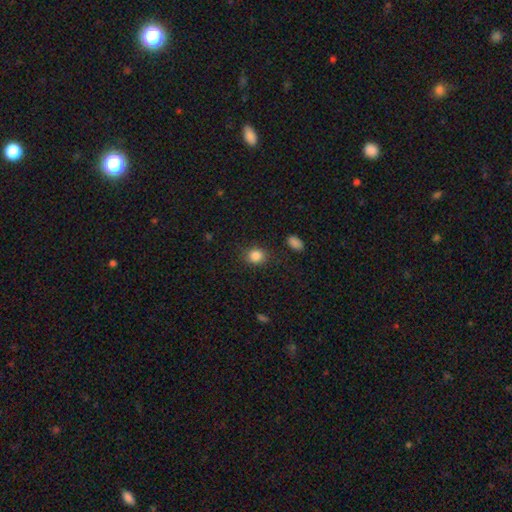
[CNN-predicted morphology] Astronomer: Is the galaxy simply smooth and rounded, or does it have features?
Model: smooth — 86%.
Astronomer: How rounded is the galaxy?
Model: round — 67%.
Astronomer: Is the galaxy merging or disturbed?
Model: none — 83%.